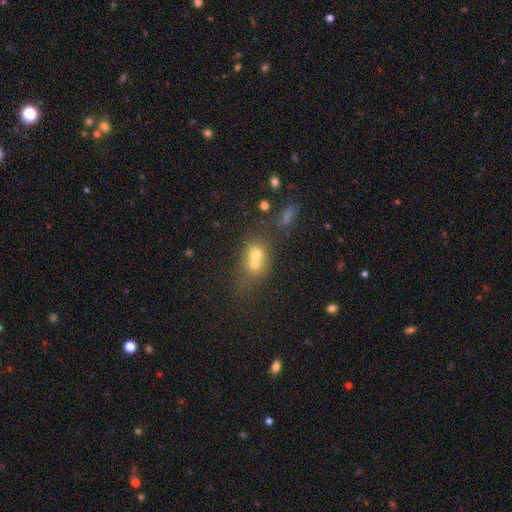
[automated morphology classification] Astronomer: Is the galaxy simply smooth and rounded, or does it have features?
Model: smooth — 57%.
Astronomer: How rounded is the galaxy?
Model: round — 63%.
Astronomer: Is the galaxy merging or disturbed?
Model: merger — 63%.